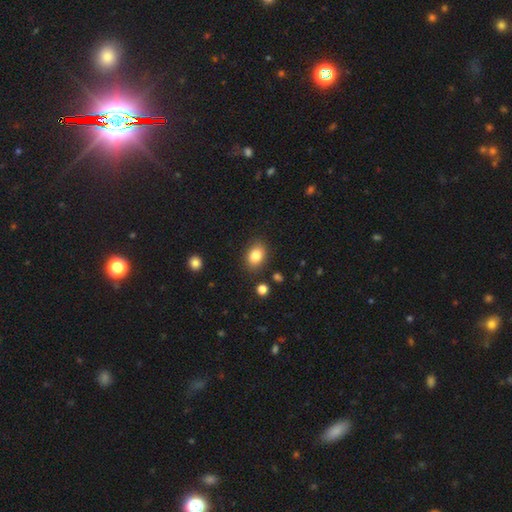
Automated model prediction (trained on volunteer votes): The model was most divided on "how rounded": in between: 65%, round: 34%, cigar-shaped: 1%. More confident: merging — none (85%); smooth or featured — smooth (83%).